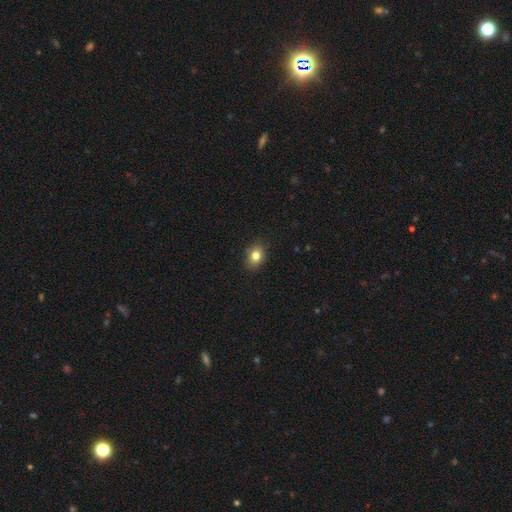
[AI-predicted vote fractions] smooth 80%, star or artifact 11%, featured or disk 9%. Down the decision tree: how rounded — in between (59%); merging — none (86%).